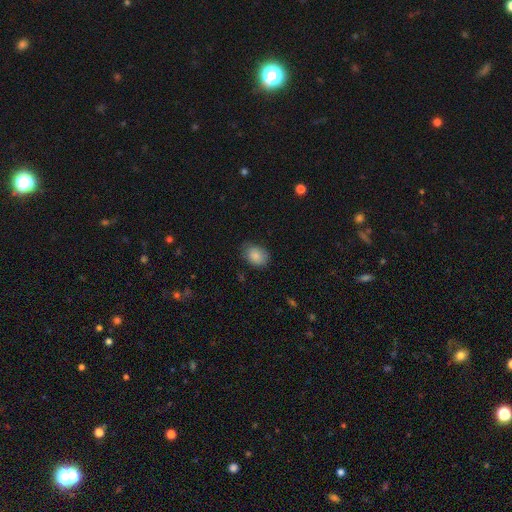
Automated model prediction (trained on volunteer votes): Overall: smooth (86%). How rounded: in between (72%). Merging: none (75%).